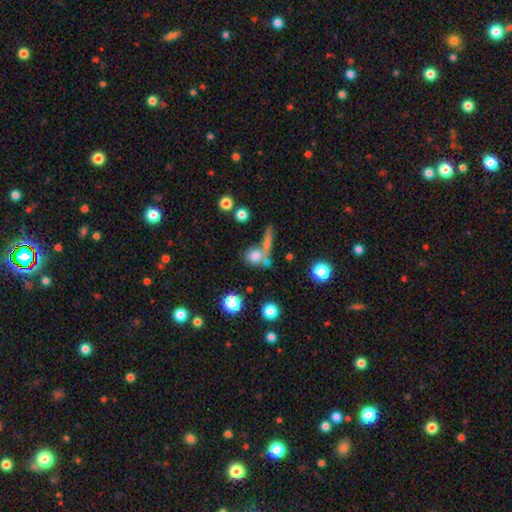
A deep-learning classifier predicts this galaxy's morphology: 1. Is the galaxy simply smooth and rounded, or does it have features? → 74% smooth, 14% featured or disk, 12% star or artifact.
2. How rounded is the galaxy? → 64% round, 28% in between, 8% cigar-shaped.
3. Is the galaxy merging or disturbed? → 45% none, 36% merger, 11% minor disturbance, 7% major disturbance.